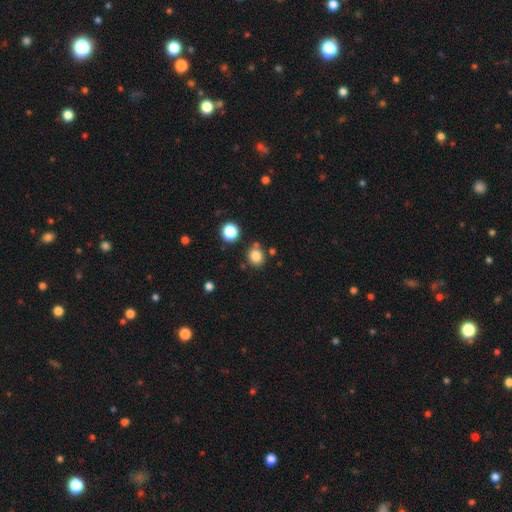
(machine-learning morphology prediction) type=smooth (83%); roundness=round (73%); merging=none (76%).